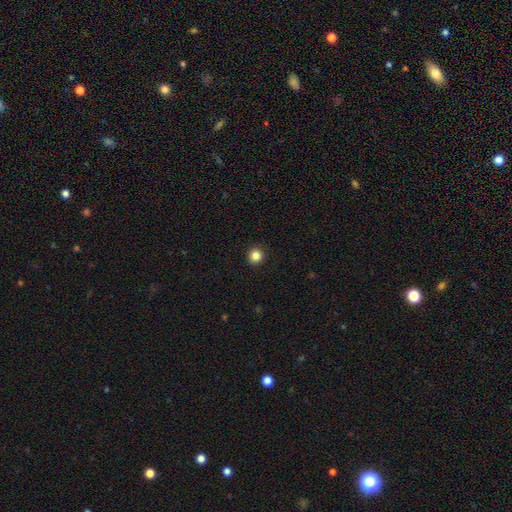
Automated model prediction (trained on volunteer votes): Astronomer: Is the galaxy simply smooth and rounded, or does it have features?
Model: smooth — 84%.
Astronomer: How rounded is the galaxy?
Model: round — 95%.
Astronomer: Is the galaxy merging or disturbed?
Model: none — 93%.